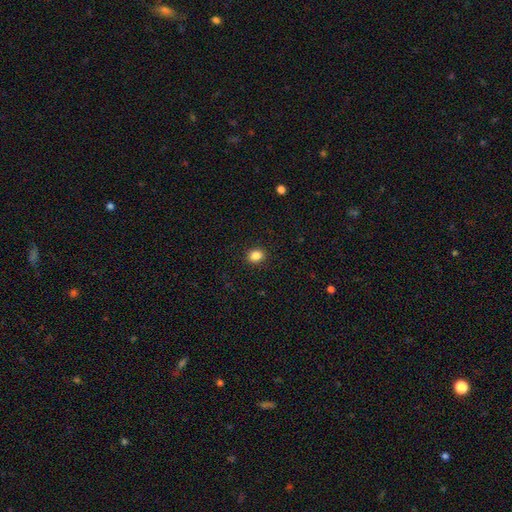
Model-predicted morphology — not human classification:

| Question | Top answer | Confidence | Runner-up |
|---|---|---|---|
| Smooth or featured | smooth | 86% | star or artifact (11%) |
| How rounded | round | 62% | in between (37%) |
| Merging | none | 91% | minor disturbance (6%) |